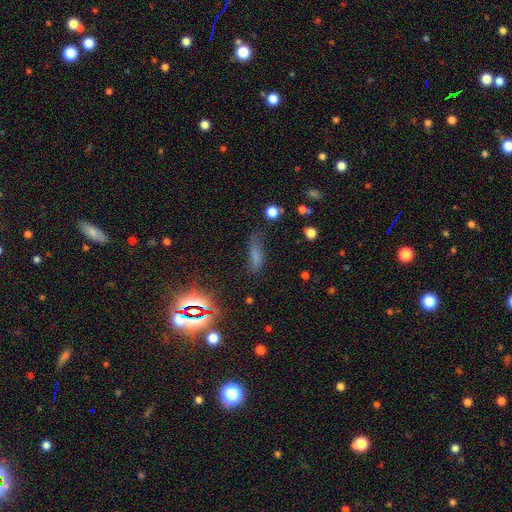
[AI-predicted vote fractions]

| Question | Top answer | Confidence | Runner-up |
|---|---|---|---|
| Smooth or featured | smooth | 64% | star or artifact (21%) |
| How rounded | cigar-shaped | 52% | in between (44%) |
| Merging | none | 53% | minor disturbance (29%) |